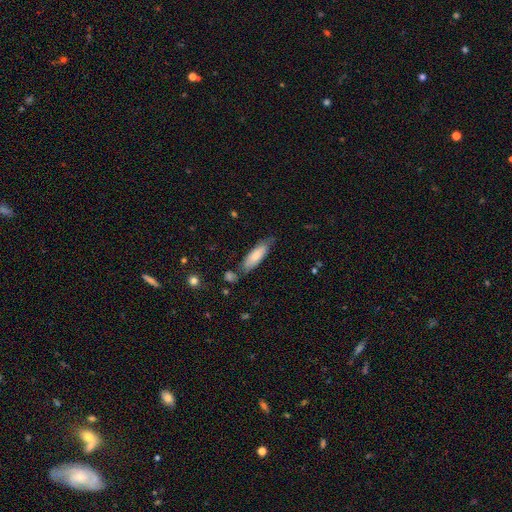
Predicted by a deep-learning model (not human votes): This appears to be a smooth galaxy with no disk features (79%) that is cigar-shaped (49%, tied with in between). Merging: none (69%).